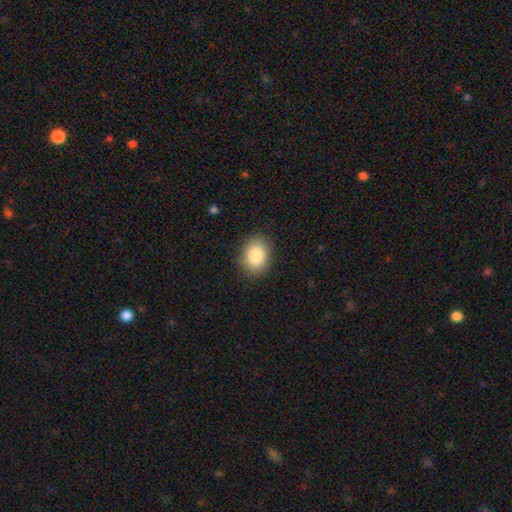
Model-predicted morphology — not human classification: Smooth or featured: smooth — 87% (star or artifact — 8%)
How rounded: in between — 68% (round — 31%)
Merging: none — 86% (minor disturbance — 10%)